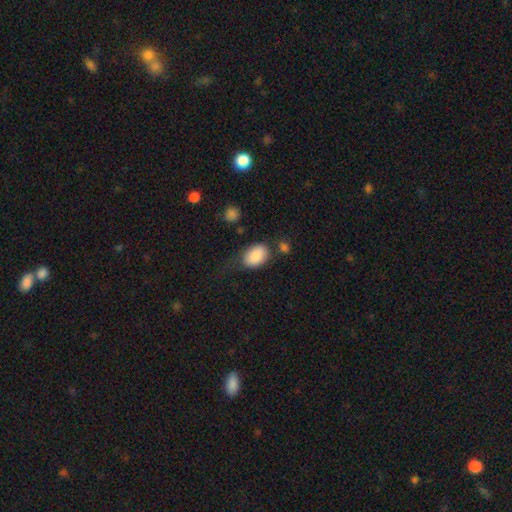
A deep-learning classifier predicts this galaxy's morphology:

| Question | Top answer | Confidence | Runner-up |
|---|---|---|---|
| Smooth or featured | smooth | 86% | featured or disk (8%) |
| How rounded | in between | 85% | round (14%) |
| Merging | none | 60% | minor disturbance (22%) |